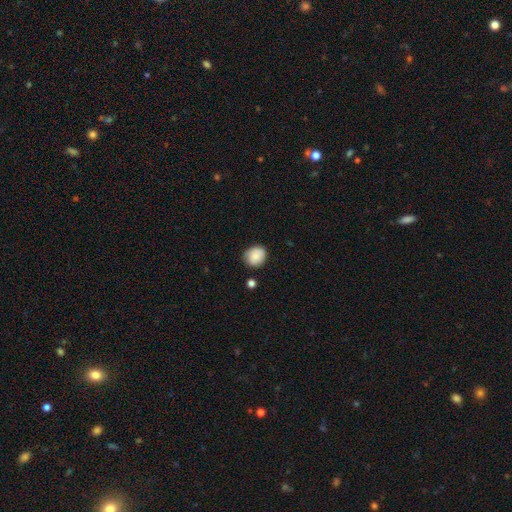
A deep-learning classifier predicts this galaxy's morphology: Smooth or featured? smooth (87%)
How rounded? round (70%)
Merging? none (78%)